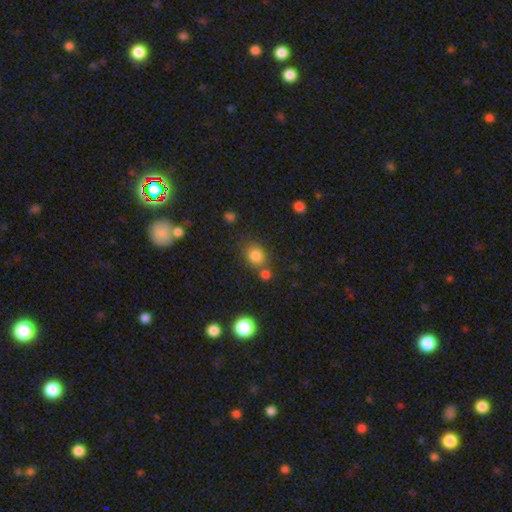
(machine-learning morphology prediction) A smooth galaxy with no disk features (80%) that is round (66%). Merging: none (62%).